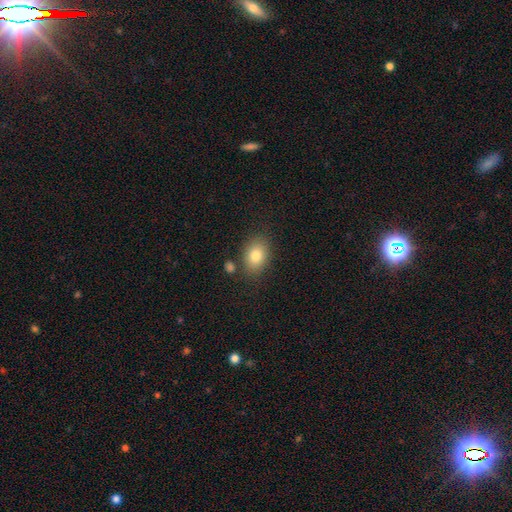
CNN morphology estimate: type=smooth (80%); roundness=in between (75%); merging=none (79%).